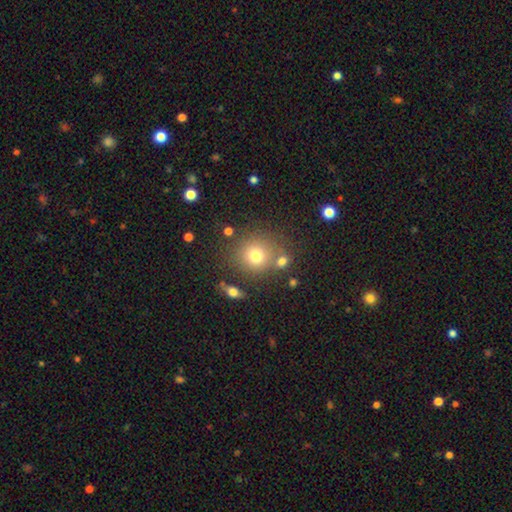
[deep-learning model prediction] Smooth or featured?
  - smooth: 74% *
  - star or artifact: 15%
  - featured or disk: 11%
How rounded?
  - round: 87% *
  - in between: 12%
  - cigar-shaped: 1%
Merging?
  - none: 72% *
  - merger: 13%
  - minor disturbance: 11%
  - major disturbance: 4%